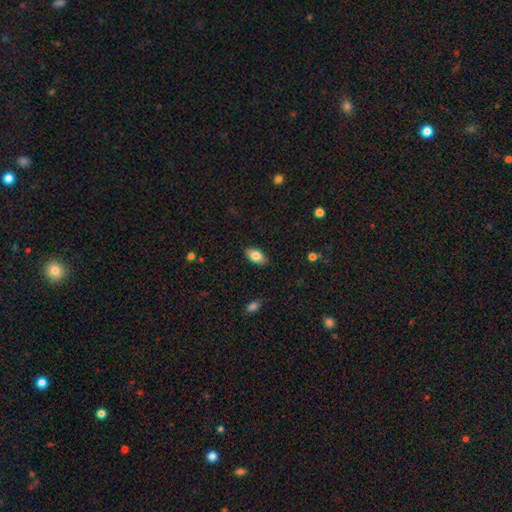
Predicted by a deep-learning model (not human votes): Q: Smooth or featured?
A: smooth (80%); runner-up: featured or disk (12%)
Q: How rounded?
A: in between (91%); runner-up: round (5%)
Q: Merging?
A: none (86%); runner-up: minor disturbance (11%)